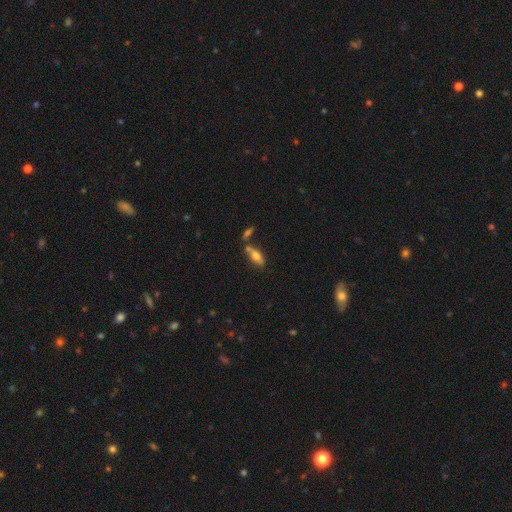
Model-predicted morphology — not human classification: The model was most divided on "smooth or featured": smooth: 59%, featured or disk: 33%, star or artifact: 8%. More confident: how rounded — in between (65%); merging — none (59%).